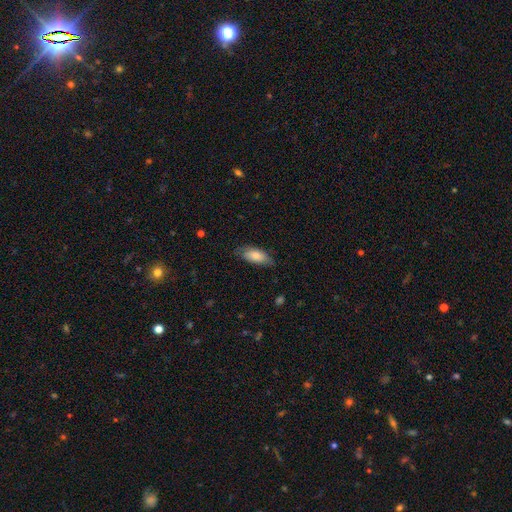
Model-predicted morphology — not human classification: Smooth or featured? smooth (80%)
How rounded? in between (83%)
Merging? none (74%)